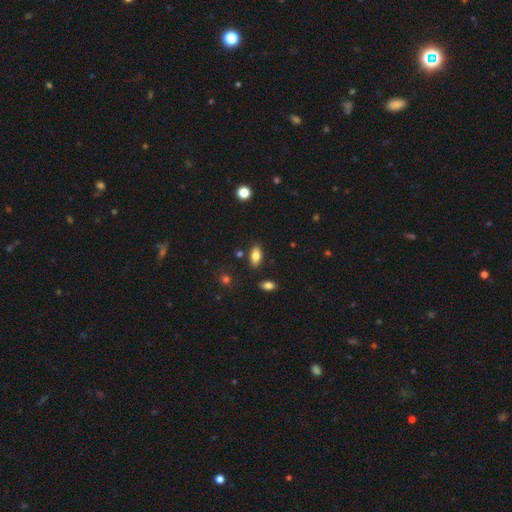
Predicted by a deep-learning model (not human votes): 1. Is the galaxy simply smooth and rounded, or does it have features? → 81% smooth, 11% featured or disk, 8% star or artifact.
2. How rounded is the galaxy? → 90% in between, 7% cigar-shaped, 3% round.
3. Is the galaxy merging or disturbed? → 83% none, 11% minor disturbance, 4% merger, 3% major disturbance.